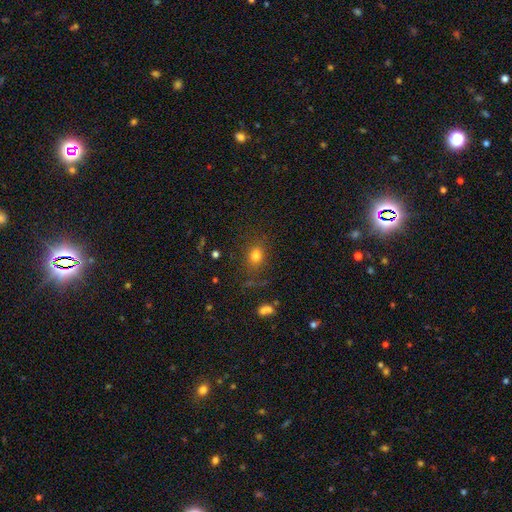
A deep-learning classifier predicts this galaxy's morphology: smooth_or_featured: smooth (p=0.77) [alt: star or artifact p=0.15]
how_rounded: round (p=0.54) [alt: in between p=0.44]
merging: none (p=0.79) [alt: minor disturbance p=0.13]